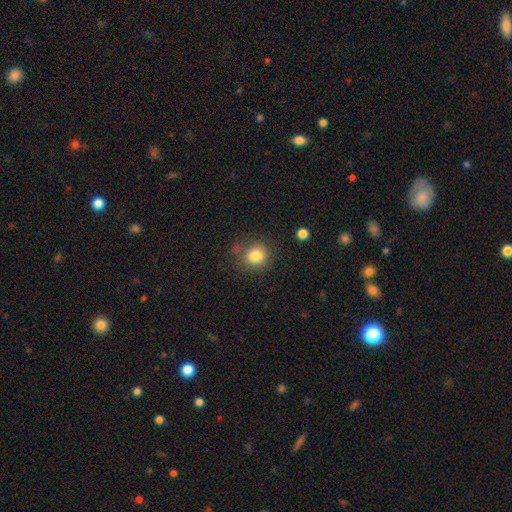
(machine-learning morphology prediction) A smooth galaxy with no disk features (82%) that is round (84%).

Vote fractions:
- Smooth or featured? smooth: 82% / star or artifact: 11% / featured or disk: 7%
- How rounded? round: 84% / in between: 15% / cigar-shaped: 1%
- Merging? none: 75% / minor disturbance: 15% / major disturbance: 5% / merger: 5%